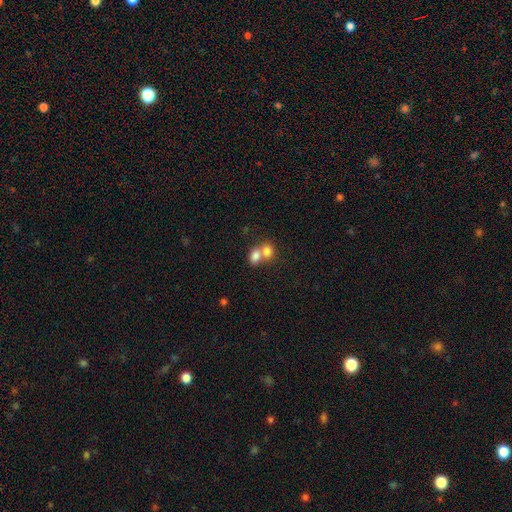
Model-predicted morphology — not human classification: A smooth galaxy with no disk features (78%) that is in between round and cigar-shaped (56%).

Vote fractions:
- Smooth or featured? smooth: 78% / featured or disk: 12% / star or artifact: 10%
- How rounded? in between: 56% / round: 43% / cigar-shaped: 1%
- Merging? merger: 68% / none: 24% / minor disturbance: 5% / major disturbance: 3%